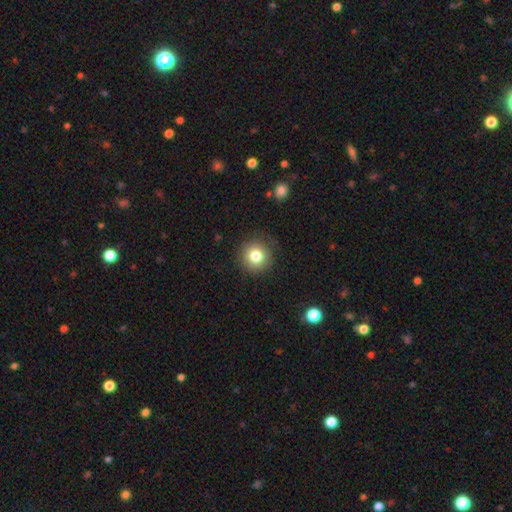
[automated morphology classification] smooth 80%, star or artifact 11%, featured or disk 9%. Down the decision tree: how rounded — round (94%); merging — none (89%).